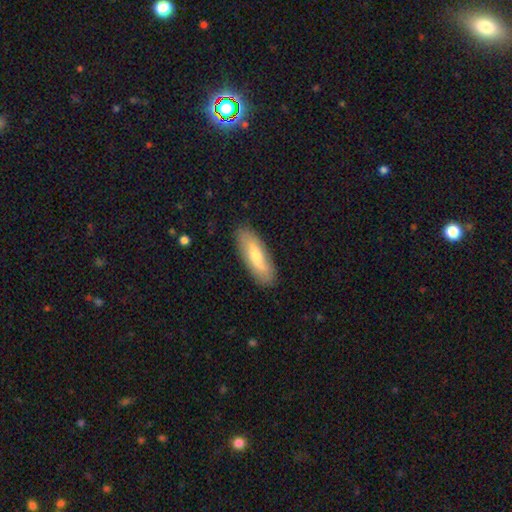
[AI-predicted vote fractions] A smooth galaxy with no disk features (58%) that is in between round and cigar-shaped (58%). Merging: none (86%).